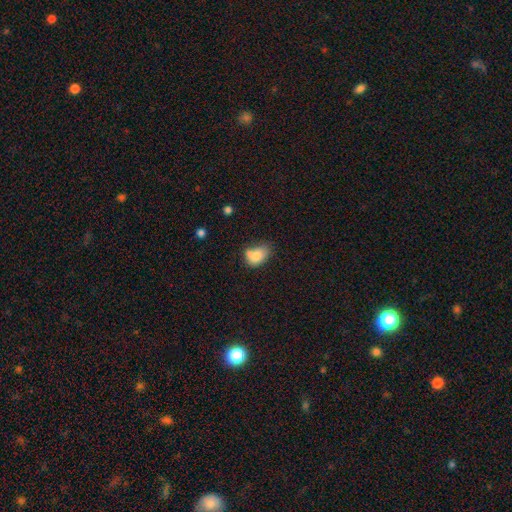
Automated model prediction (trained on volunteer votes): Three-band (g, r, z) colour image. It shows a smooth galaxy with no disk features (78%) that is in between round and cigar-shaped (81%). Merging: none (37%).